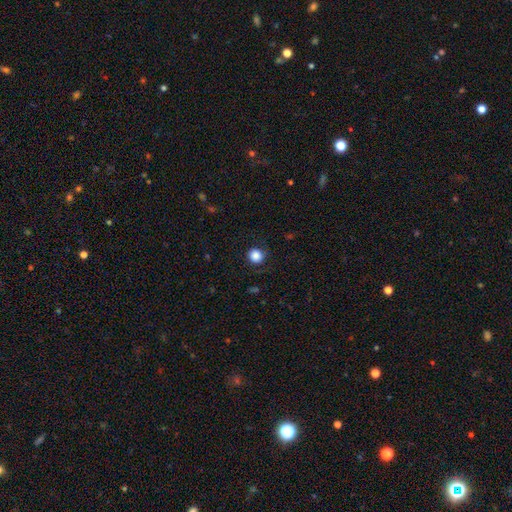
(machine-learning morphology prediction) smooth_or_featured: smooth (p=0.85) [alt: star or artifact p=0.09]
how_rounded: round (p=0.88) [alt: in between p=0.12]
merging: none (p=0.81) [alt: minor disturbance p=0.13]